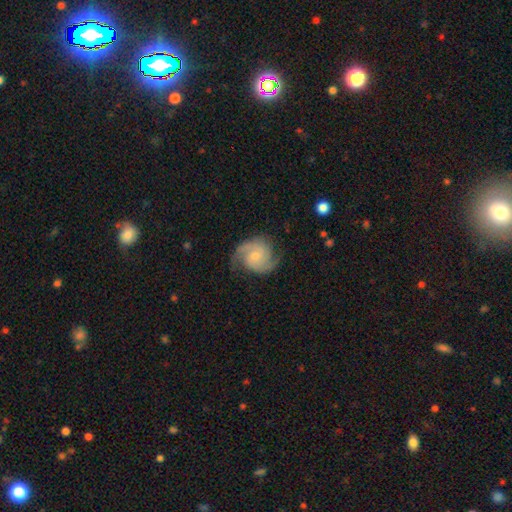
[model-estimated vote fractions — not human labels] Smooth or featured? featured or disk (87%)
Edge-on disk? no (98%)
Bar? no (62%)
Spiral arms? yes (98%)
Spiral winding? medium (52%)
Spiral arm count? 2 (83%)
Bulge size? small (56%)
Merging? none (76%)